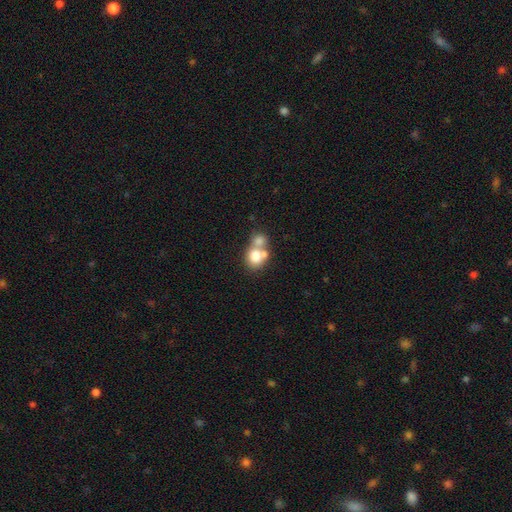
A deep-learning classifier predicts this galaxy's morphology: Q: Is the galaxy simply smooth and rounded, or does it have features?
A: smooth — 71%.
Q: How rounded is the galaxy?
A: round — 66%.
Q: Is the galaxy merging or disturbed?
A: merger — 61%.